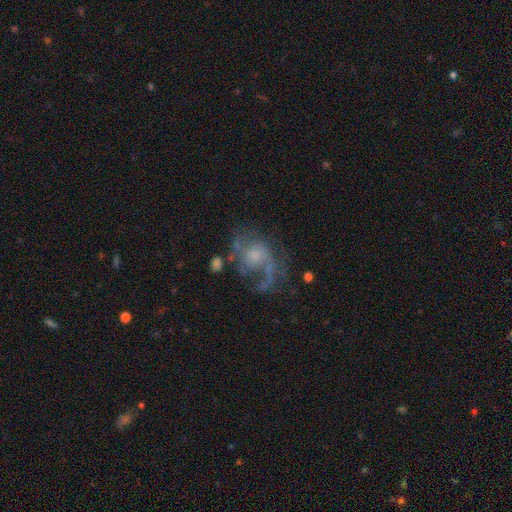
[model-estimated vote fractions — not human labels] Q: Smooth or featured?
A: featured or disk (72%); runner-up: smooth (18%)
Q: Edge-on disk?
A: no (97%); runner-up: yes (3%)
Q: Bar?
A: no (75%); runner-up: weak (22%)
Q: Spiral arms?
A: yes (80%); runner-up: no (20%)
Q: Spiral winding?
A: loose (47%); runner-up: medium (39%)
Q: Spiral arm count?
A: 2 (42%); runner-up: 1 (37%)
Q: Bulge size?
A: moderate (38%); runner-up: small (33%)
Q: Merging?
A: none (44%); runner-up: major disturbance (32%)